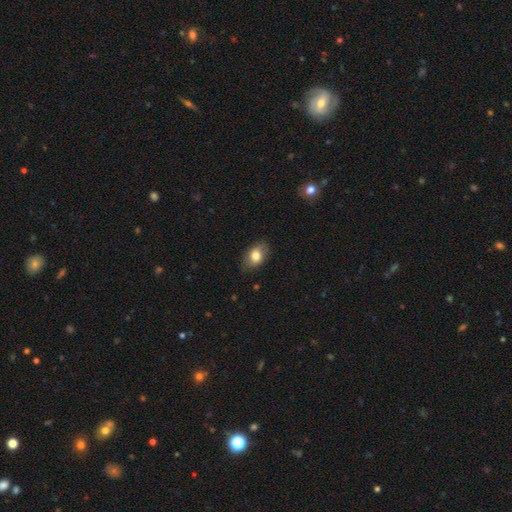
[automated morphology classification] smooth_or_featured: smooth (p=0.79) [alt: featured or disk p=0.14]
how_rounded: in between (p=0.86) [alt: round p=0.13]
merging: none (p=0.81) [alt: minor disturbance p=0.15]